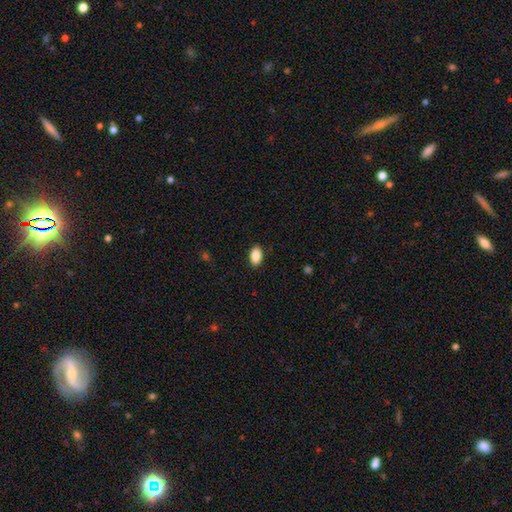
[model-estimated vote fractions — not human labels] smooth-or-featured: smooth: 88% | star or artifact: 7% | featured or disk: 5%
  how-rounded: in between: 92% | round: 7% | cigar-shaped: 2%
  merging: none: 89% | minor disturbance: 8% | major disturbance: 2% | merger: 1%